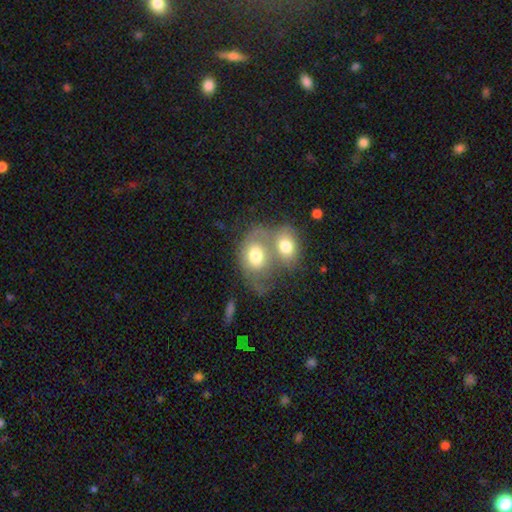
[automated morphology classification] smooth-or-featured: smooth: 64% | featured or disk: 28% | star or artifact: 8%
  how-rounded: in between: 66% | round: 32% | cigar-shaped: 1%
  merging: merger: 67% | none: 15% | major disturbance: 9% | minor disturbance: 9%